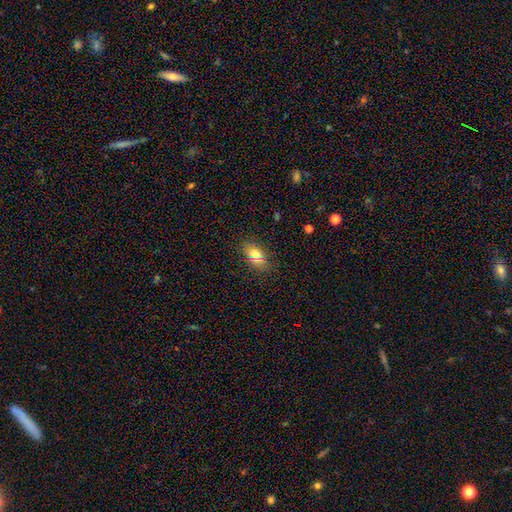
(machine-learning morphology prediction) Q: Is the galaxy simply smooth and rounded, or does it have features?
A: smooth — 72%.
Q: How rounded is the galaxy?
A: in between — 83%.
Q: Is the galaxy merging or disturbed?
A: none — 81%.